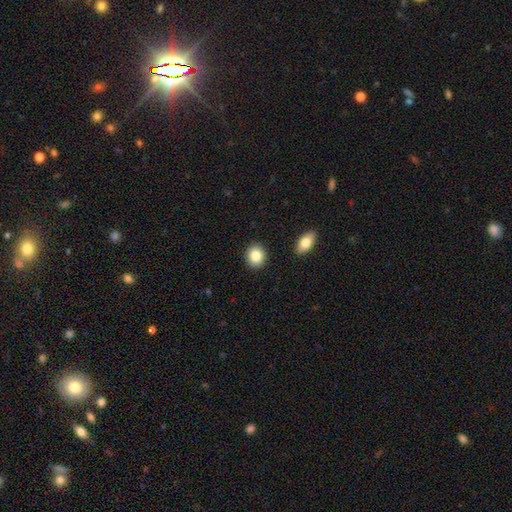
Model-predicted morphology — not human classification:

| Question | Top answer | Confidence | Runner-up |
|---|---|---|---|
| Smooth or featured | smooth | 85% | star or artifact (8%) |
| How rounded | round | 64% | in between (35%) |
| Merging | none | 90% | minor disturbance (6%) |